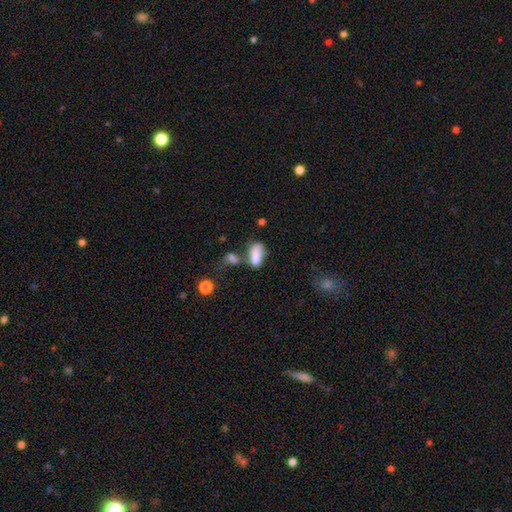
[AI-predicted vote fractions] A smooth galaxy with no disk features (80%) that is in between round and cigar-shaped (84%). Merging: none (34%).